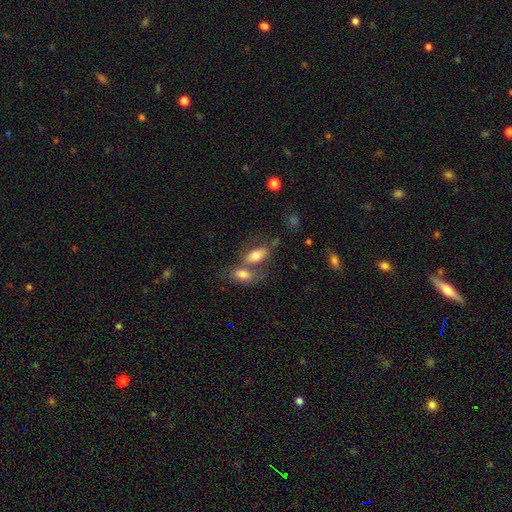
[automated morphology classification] smooth_or_featured: smooth (p=0.72) [alt: featured or disk p=0.20]
how_rounded: in between (p=0.89) [alt: cigar-shaped p=0.06]
merging: merger (p=0.46) [alt: none p=0.37]